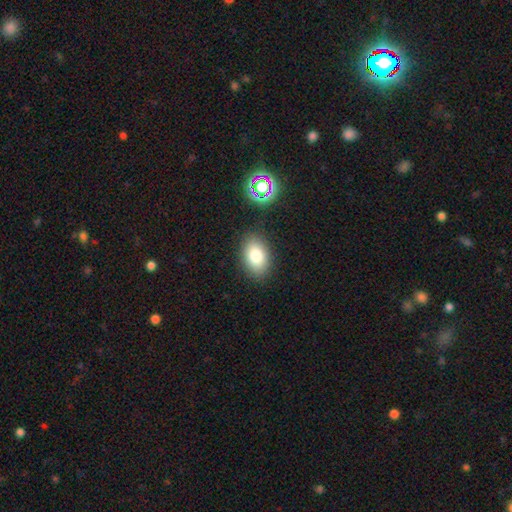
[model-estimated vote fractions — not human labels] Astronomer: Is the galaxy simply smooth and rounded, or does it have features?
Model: smooth — 81%.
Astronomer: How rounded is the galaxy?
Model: in between — 87%.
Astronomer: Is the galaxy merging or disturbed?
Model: none — 86%.